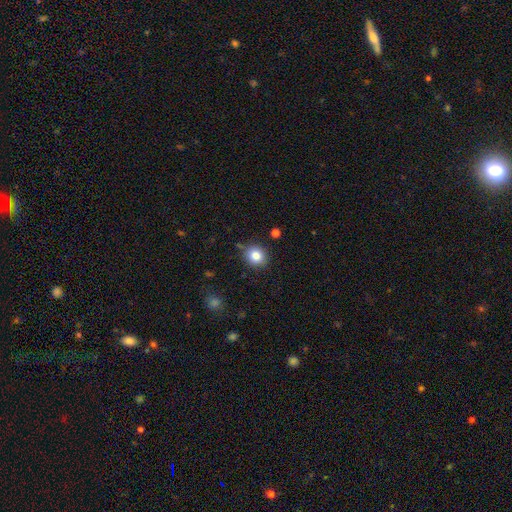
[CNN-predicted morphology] type=smooth (83%); roundness=round (84%); merging=none (83%).